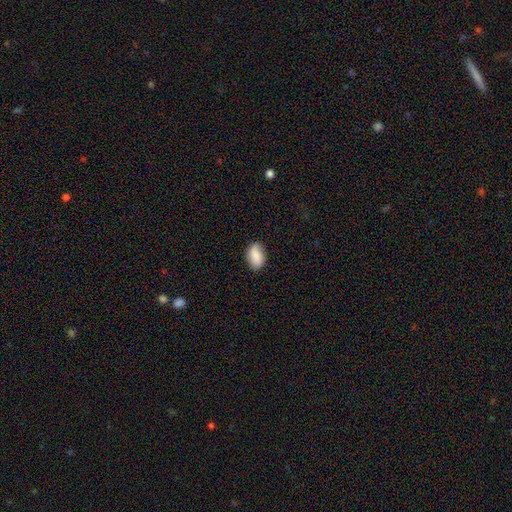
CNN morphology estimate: The model was most divided on "merging": none: 79%, minor disturbance: 16%, major disturbance: 3%, merger: 1%. More confident: how rounded — in between (87%); smooth or featured — smooth (80%).